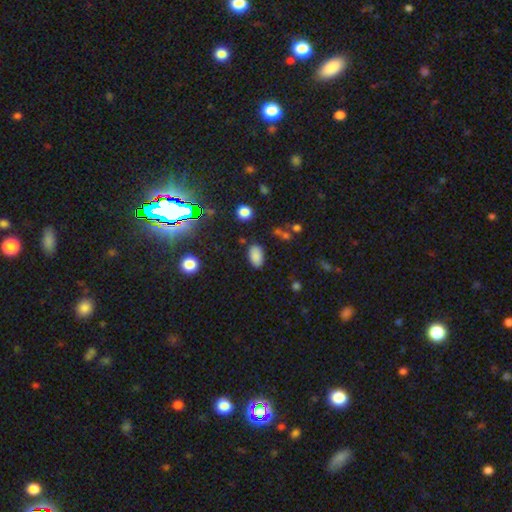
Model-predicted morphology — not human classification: Smooth or featured? smooth (82%)
How rounded? in between (92%)
Merging? none (82%)